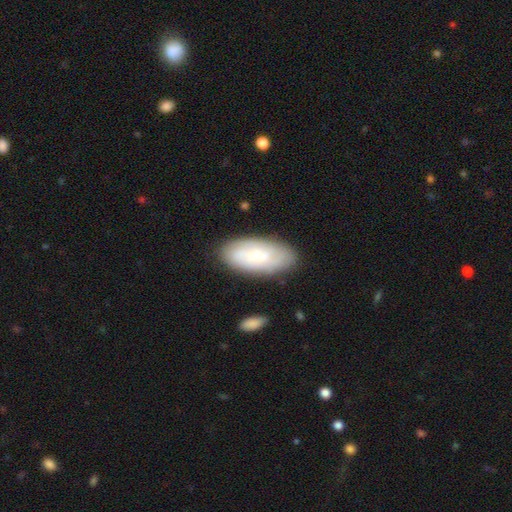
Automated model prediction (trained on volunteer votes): Smooth or featured? Predicted: smooth (p=0.55). How rounded? Predicted: in between (p=0.90). Merging? Predicted: none (p=0.83).